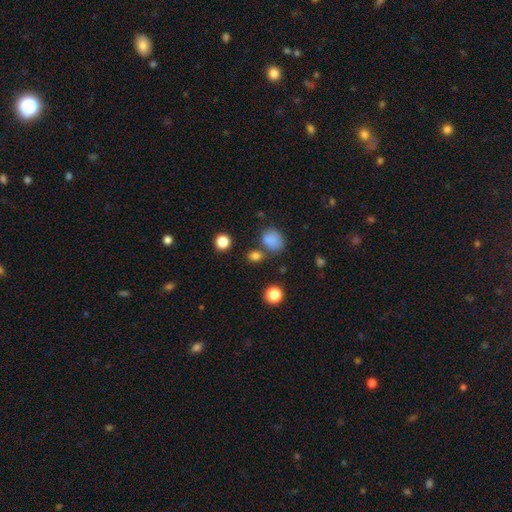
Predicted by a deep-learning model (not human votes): smooth 79%, star or artifact 15%, featured or disk 6%. Down the decision tree: how rounded — round (50%); merging — none (65%).